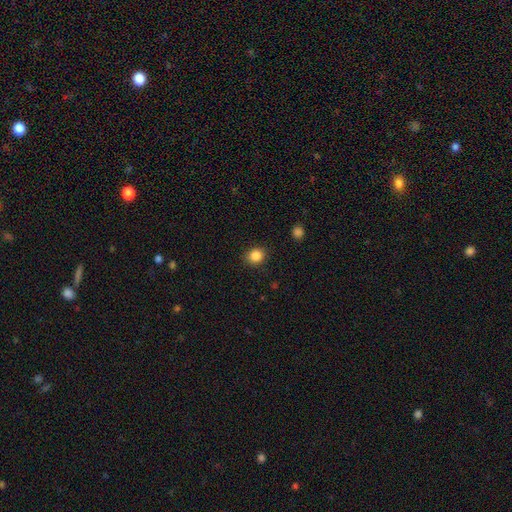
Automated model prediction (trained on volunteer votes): Smooth or featured: smooth — 86% (star or artifact — 11%)
How rounded: round — 77% (in between — 22%)
Merging: none — 88% (minor disturbance — 8%)